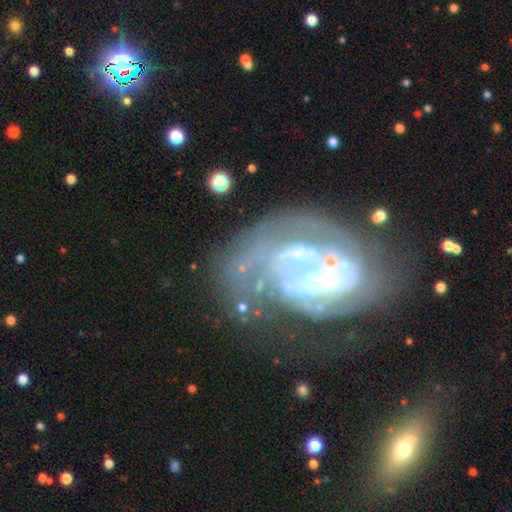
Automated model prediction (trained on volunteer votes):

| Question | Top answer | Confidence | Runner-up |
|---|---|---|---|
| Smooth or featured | featured or disk | 78% | star or artifact (12%) |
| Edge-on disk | no | 96% | yes (4%) |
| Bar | no | 46% | weak (28%) |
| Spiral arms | yes | 59% | no (41%) |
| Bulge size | none | 35% | small (30%) |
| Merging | none | 35% | major disturbance (33%) |